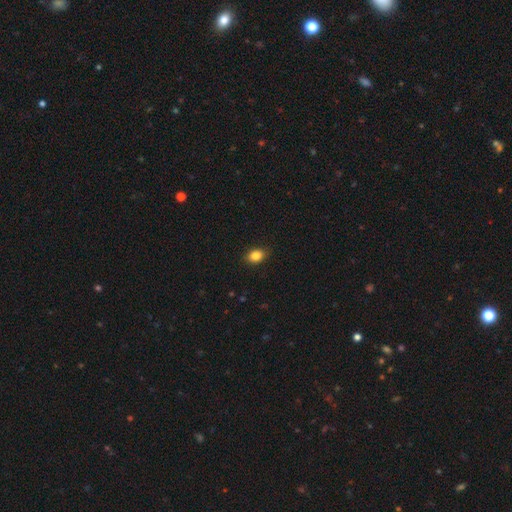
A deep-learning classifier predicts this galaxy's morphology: Smooth or featured?
  - smooth: 85% *
  - star or artifact: 9%
  - featured or disk: 5%
How rounded?
  - in between: 71% *
  - round: 28%
  - cigar-shaped: 1%
Merging?
  - none: 88% *
  - minor disturbance: 9%
  - major disturbance: 2%
  - merger: 1%